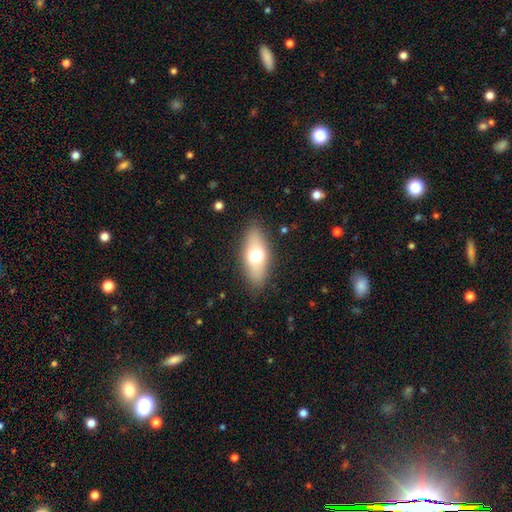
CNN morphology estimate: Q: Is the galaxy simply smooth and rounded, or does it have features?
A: smooth — 63%.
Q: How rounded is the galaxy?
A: in between — 78%.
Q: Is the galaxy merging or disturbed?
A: none — 86%.